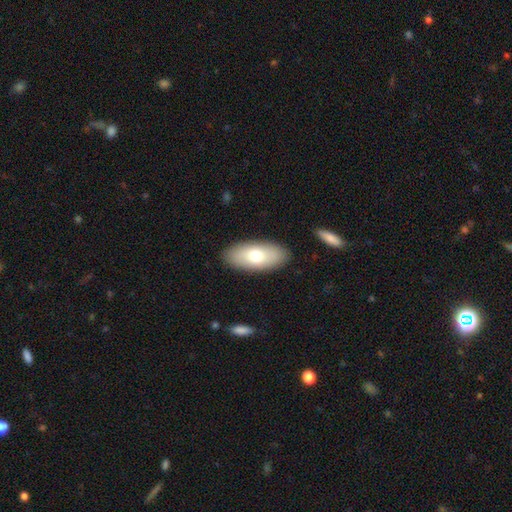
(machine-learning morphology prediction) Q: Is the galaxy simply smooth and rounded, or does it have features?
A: smooth — 74%.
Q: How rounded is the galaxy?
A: in between — 89%.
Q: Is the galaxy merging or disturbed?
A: none — 88%.